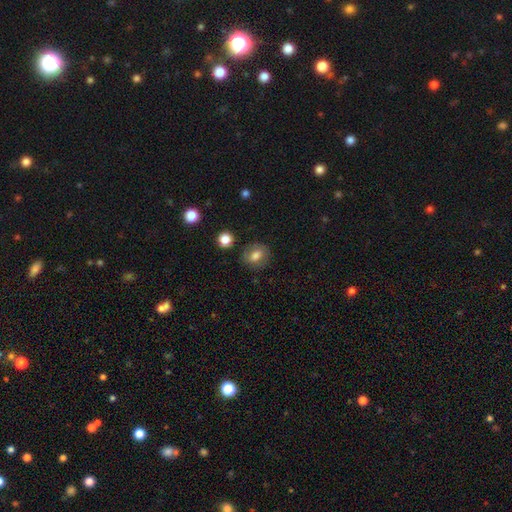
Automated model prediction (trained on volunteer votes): Smooth or featured? smooth (72%)
How rounded? round (54%)
Merging? none (77%)